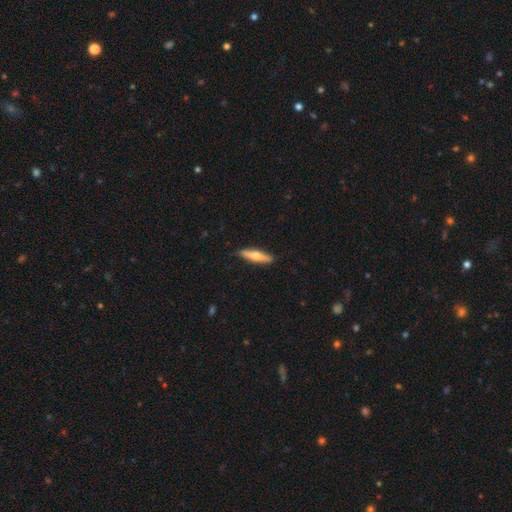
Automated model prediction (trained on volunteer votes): Smooth or featured?
  - smooth: 57% *
  - featured or disk: 38%
  - star or artifact: 5%
How rounded?
  - cigar-shaped: 81% *
  - in between: 17%
  - round: 2%
Merging?
  - none: 87% *
  - minor disturbance: 10%
  - major disturbance: 2%
  - merger: 1%